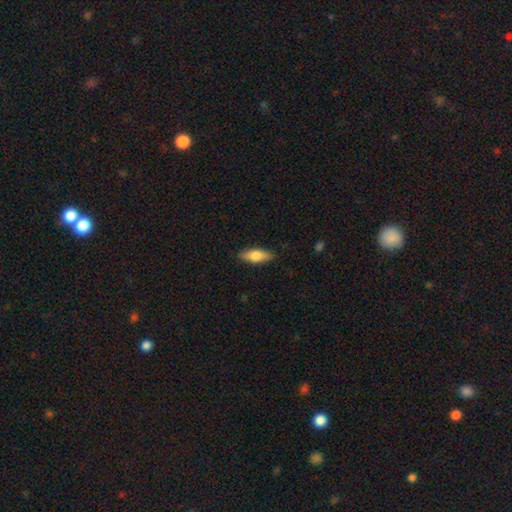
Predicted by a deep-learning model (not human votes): Smooth or featured? Predicted: smooth (p=0.70). How rounded? Predicted: in between (p=0.68). Merging? Predicted: none (p=0.87).